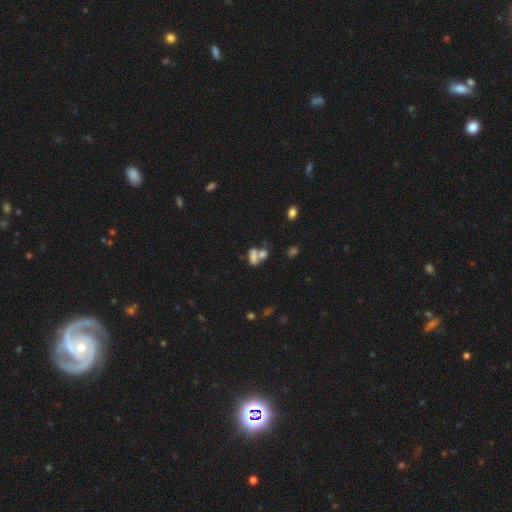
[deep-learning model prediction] Morphology: type=smooth (68%); roundness=in between (74%); merging=merger (56%).